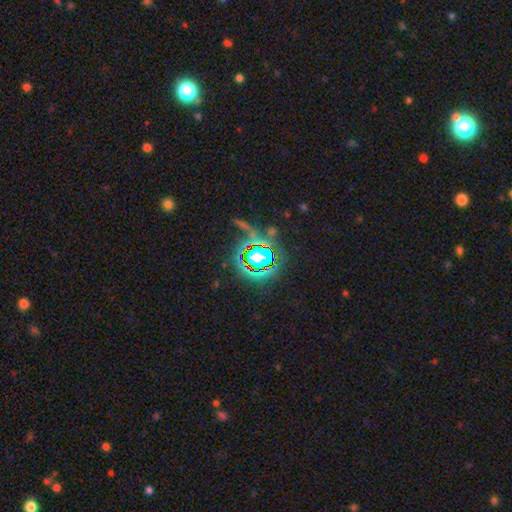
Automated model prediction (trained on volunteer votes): Q: Smooth or featured?
A: star or artifact (82%); runner-up: smooth (10%)